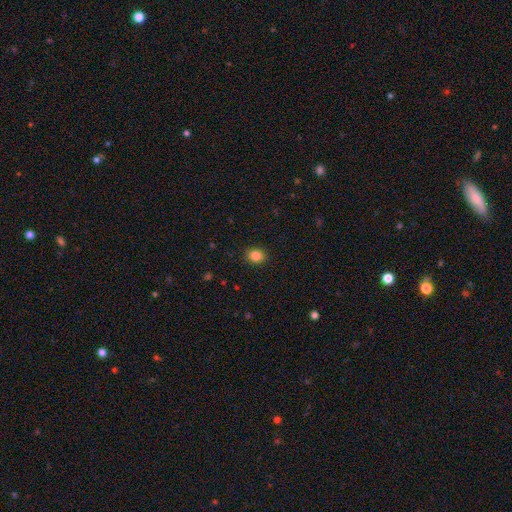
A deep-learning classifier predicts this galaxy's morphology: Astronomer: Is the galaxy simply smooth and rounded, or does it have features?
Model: smooth — 86%.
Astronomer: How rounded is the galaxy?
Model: round — 63%.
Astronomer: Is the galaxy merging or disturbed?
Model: none — 89%.